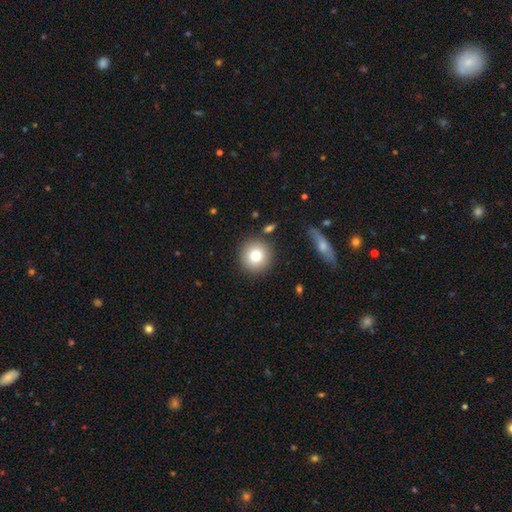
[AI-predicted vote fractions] Overall: smooth (79%). How rounded: round (93%). Merging: none (86%).